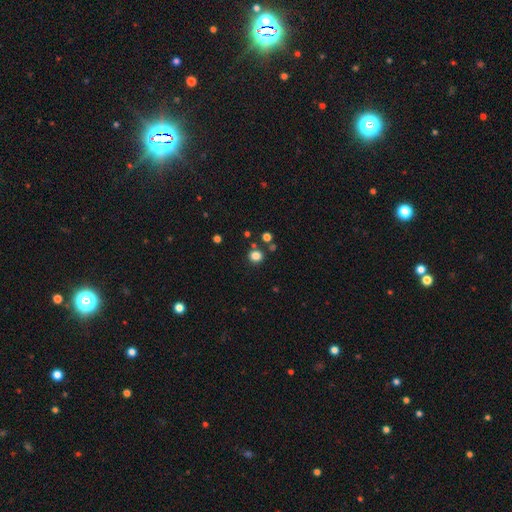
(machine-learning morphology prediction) This appears to be a smooth galaxy with no disk features (81%) that is round (85%). Merging: none (81%).